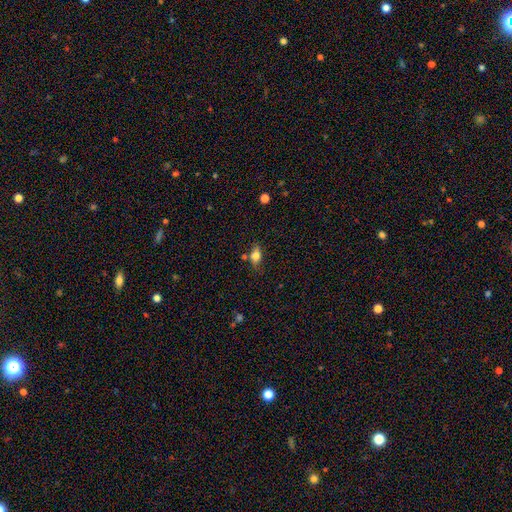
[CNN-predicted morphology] This is likely a smooth galaxy (76%). How rounded: likely in between (79%). Merging: likely none (67%).